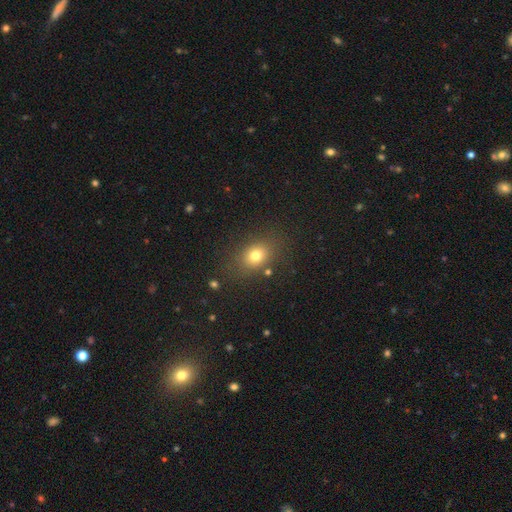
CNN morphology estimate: The model was most divided on "how rounded": in between: 52%, round: 47%, cigar-shaped: 1%. More confident: merging — none (80%); smooth or featured — smooth (75%).